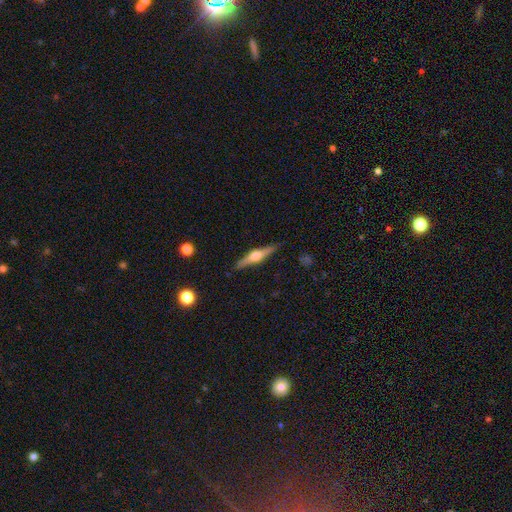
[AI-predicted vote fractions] This appears to be a featured or disk galaxy (74%) viewed edge-on (98%) with a rounded central bulge (93%). Merging: none (89%).